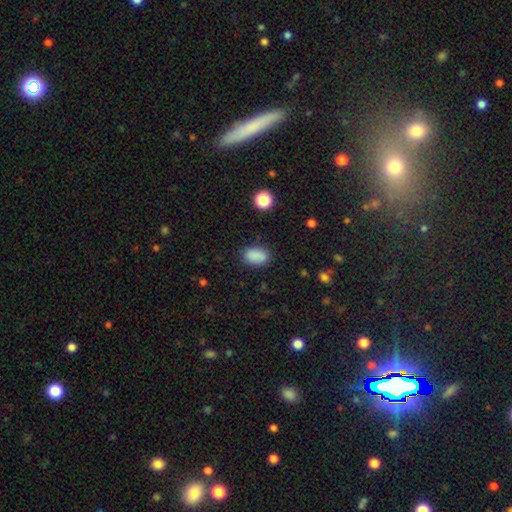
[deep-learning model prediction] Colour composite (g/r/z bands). It shows a smooth galaxy with no disk features (86%) that is in between round and cigar-shaped (87%). Merging: none (83%).